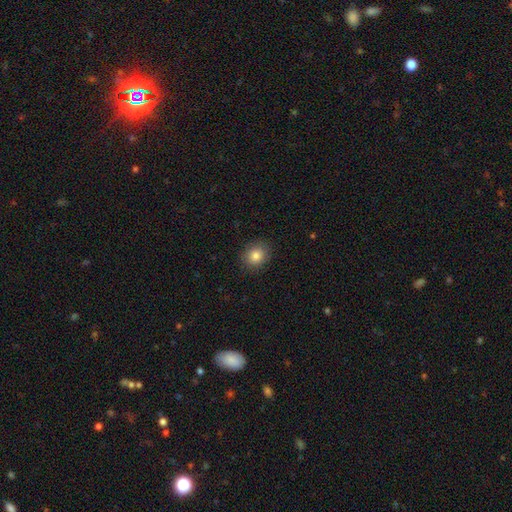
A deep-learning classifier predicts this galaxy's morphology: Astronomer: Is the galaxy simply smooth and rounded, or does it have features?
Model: smooth — 84%.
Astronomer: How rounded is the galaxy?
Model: round — 62% (runner-up: in between, 37%).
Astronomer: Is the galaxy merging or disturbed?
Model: none — 89%.